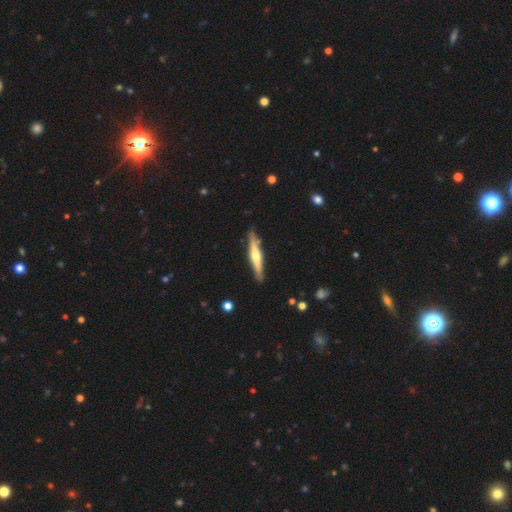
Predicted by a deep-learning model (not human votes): The model was most divided on "smooth or featured": featured or disk: 63%, smooth: 32%, star or artifact: 5%. More confident: edge-on disk — yes (96%); merging — none (87%); edge-on bulge — rounded (86%).